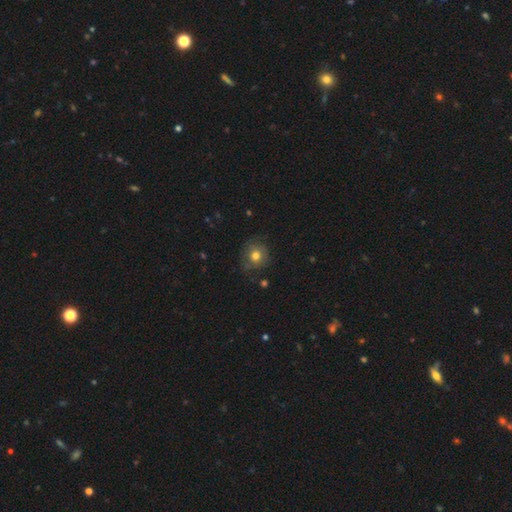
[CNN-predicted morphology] This is likely a smooth galaxy (69%). How rounded: clearly round (88%). Merging: likely none (75%).